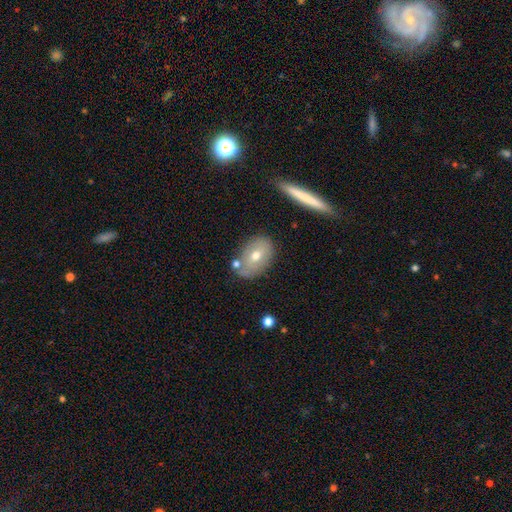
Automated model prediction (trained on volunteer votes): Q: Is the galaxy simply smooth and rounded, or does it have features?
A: smooth — 60%.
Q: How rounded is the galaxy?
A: in between — 82%.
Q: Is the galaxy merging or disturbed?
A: none — 69%.